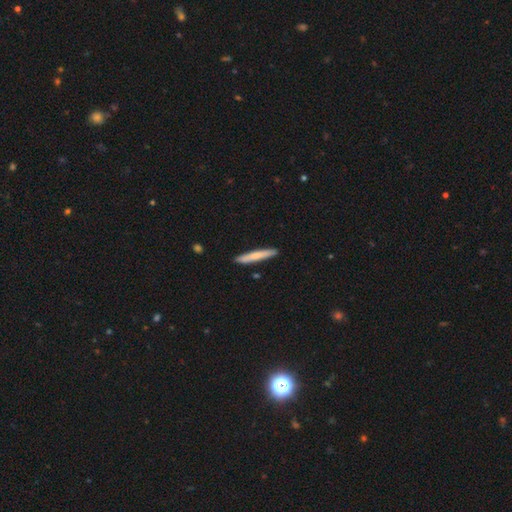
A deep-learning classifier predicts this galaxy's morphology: smooth 73%, featured or disk 22%, star or artifact 5%. Down the decision tree: how rounded — cigar-shaped (95%); merging — none (89%).